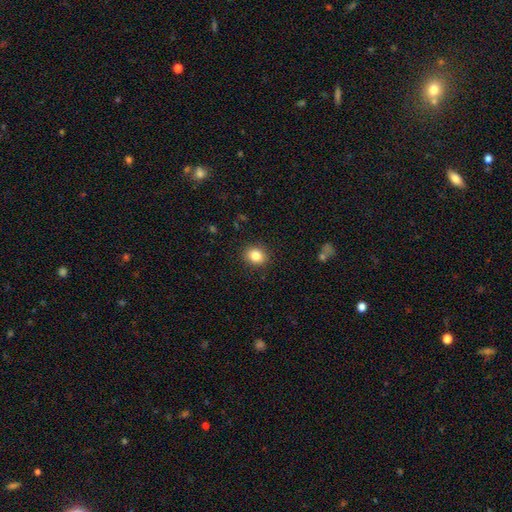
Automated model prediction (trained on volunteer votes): smooth-or-featured: smooth: 84% | star or artifact: 10% | featured or disk: 6%
  how-rounded: round: 57% | in between: 42% | cigar-shaped: 1%
  merging: none: 89% | minor disturbance: 7% | major disturbance: 2% | merger: 1%